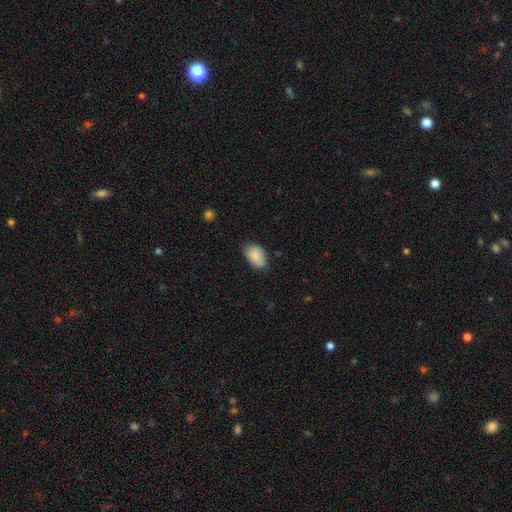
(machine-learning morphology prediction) A smooth galaxy with no disk features (85%) that is in between round and cigar-shaped (90%).

Vote fractions:
- Smooth or featured? smooth: 85% / featured or disk: 8% / star or artifact: 7%
- How rounded? in between: 90% / round: 9% / cigar-shaped: 1%
- Merging? none: 74% / minor disturbance: 21% / major disturbance: 3% / merger: 1%